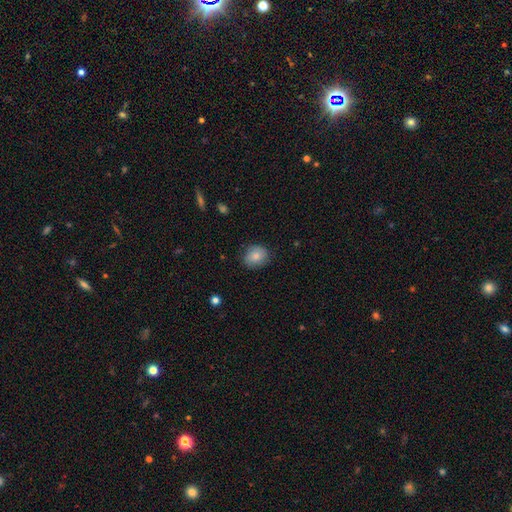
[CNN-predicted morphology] The model was most divided on "how rounded": round: 61%, in between: 38%, cigar-shaped: 1%. More confident: smooth or featured — smooth (82%); merging — none (81%).